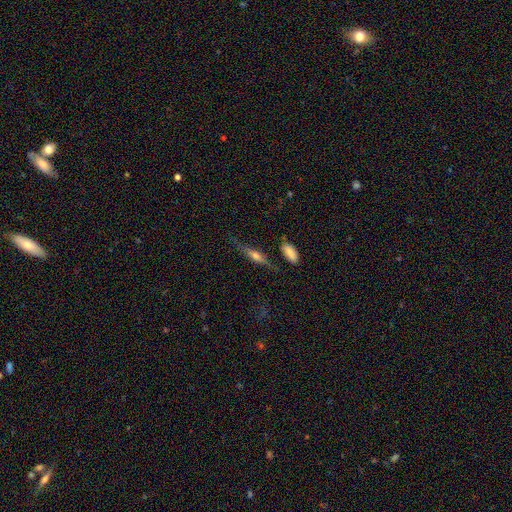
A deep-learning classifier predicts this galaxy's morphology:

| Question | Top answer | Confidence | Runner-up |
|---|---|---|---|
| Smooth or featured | featured or disk | 58% | smooth (34%) |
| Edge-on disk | yes | 91% | no (9%) |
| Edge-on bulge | rounded | 88% | boxy (7%) |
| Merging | none | 71% | minor disturbance (18%) |